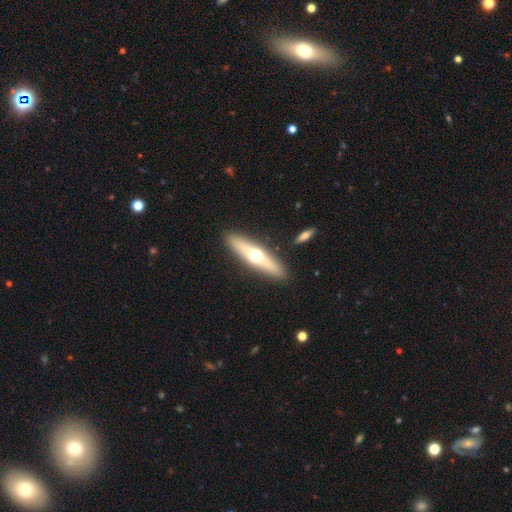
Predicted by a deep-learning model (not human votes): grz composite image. It shows a featured or disk galaxy (50%). Merging: none (89%).